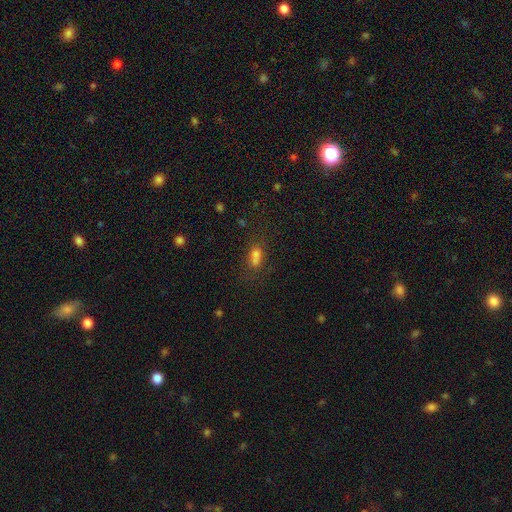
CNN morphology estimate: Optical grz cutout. It shows a smooth galaxy with no disk features (67%) that is in between round and cigar-shaped (62%). Merging: none (44%).